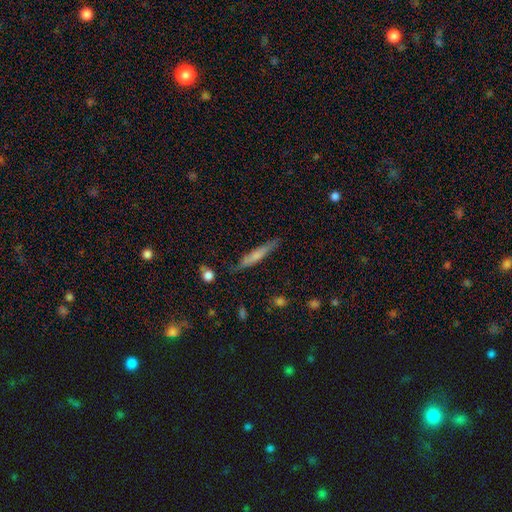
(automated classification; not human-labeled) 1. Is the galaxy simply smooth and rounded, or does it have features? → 62% smooth, 32% featured or disk, 6% star or artifact.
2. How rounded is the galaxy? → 92% cigar-shaped, 6% in between, 2% round.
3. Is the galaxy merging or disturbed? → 79% none, 16% minor disturbance, 3% major disturbance, 2% merger.